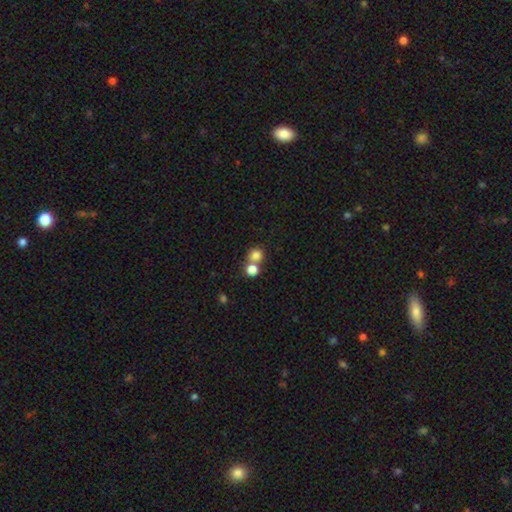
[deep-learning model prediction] A smooth galaxy with no disk features (81%) that is round (86%). Merging: none (49%).